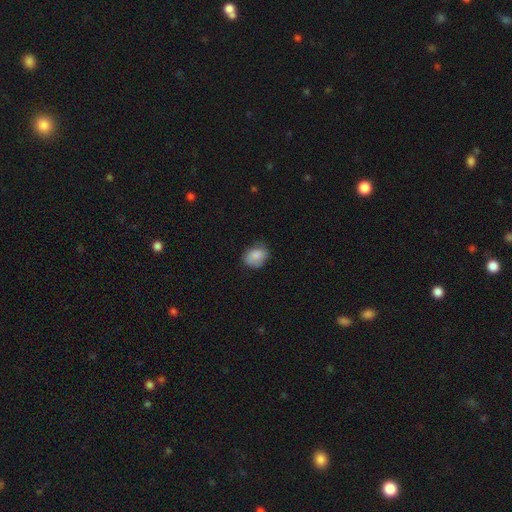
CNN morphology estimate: This appears to be a smooth galaxy with no disk features (79%) that is in between round and cigar-shaped (51%). Merging: none (63%).